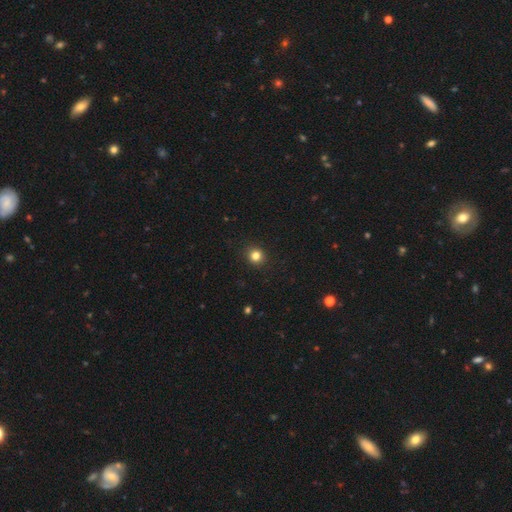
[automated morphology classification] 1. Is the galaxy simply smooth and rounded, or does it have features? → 82% smooth, 13% star or artifact, 5% featured or disk.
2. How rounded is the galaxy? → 92% round, 8% in between, 1% cigar-shaped.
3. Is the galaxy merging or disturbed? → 92% none, 5% minor disturbance, 2% major disturbance, 1% merger.